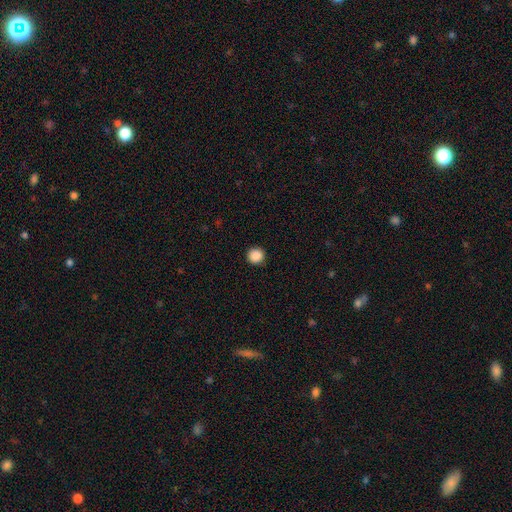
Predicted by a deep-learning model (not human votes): Smooth or featured?
  - smooth: 88% *
  - star or artifact: 9%
  - featured or disk: 3%
How rounded?
  - round: 95% *
  - in between: 4%
  - cigar-shaped: 1%
Merging?
  - none: 93% *
  - minor disturbance: 4%
  - major disturbance: 2%
  - merger: 1%